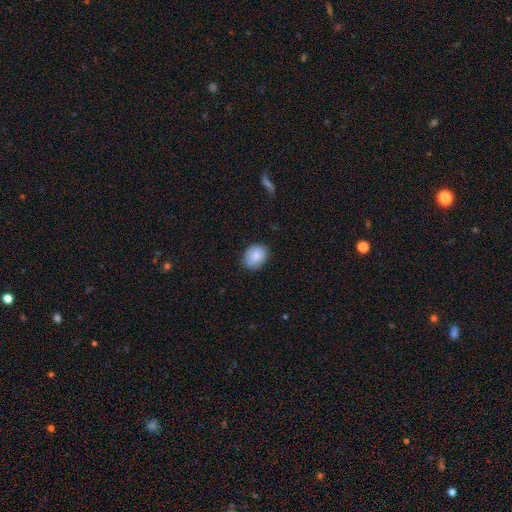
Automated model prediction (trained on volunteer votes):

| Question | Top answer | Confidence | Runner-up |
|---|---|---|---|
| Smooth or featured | smooth | 82% | featured or disk (11%) |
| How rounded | in between | 51% | round (48%) |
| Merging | none | 81% | minor disturbance (15%) |